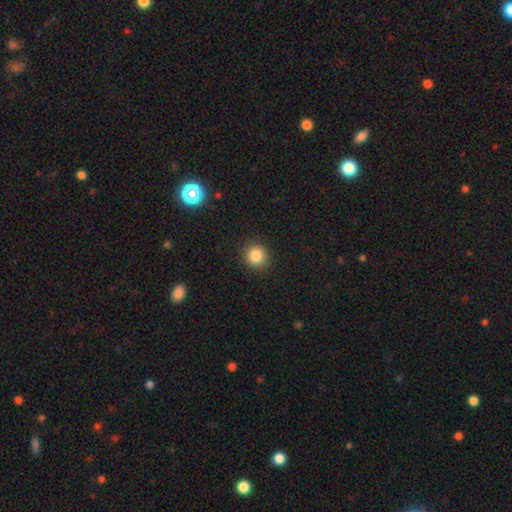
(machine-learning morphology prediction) Q: Smooth or featured?
A: smooth (85%); runner-up: star or artifact (11%)
Q: How rounded?
A: round (90%); runner-up: in between (10%)
Q: Merging?
A: none (90%); runner-up: minor disturbance (6%)